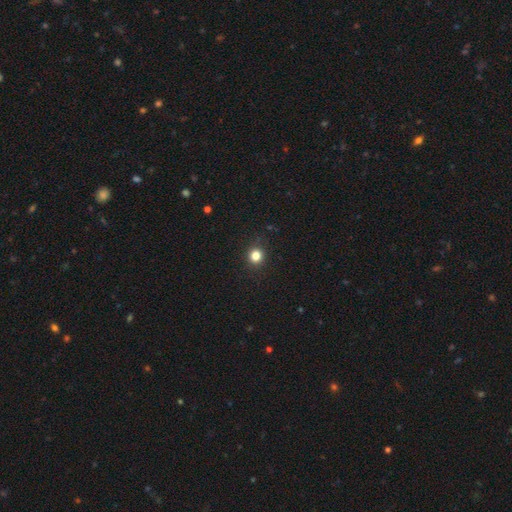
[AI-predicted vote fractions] A smooth galaxy with no disk features (82%) that is round (89%). Merging: none (91%).